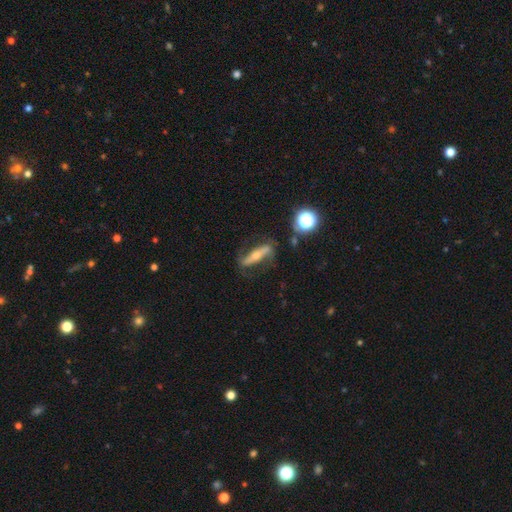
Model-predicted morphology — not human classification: type=featured or disk (65%); edge-on=yes (61%); merging=none (71%).